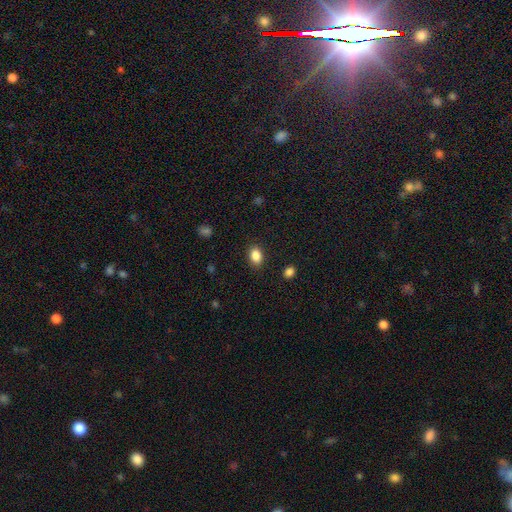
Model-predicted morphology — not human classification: Smooth or featured? Predicted: smooth (p=0.87). How rounded? Predicted: in between (p=0.79). Merging? Predicted: none (p=0.88).